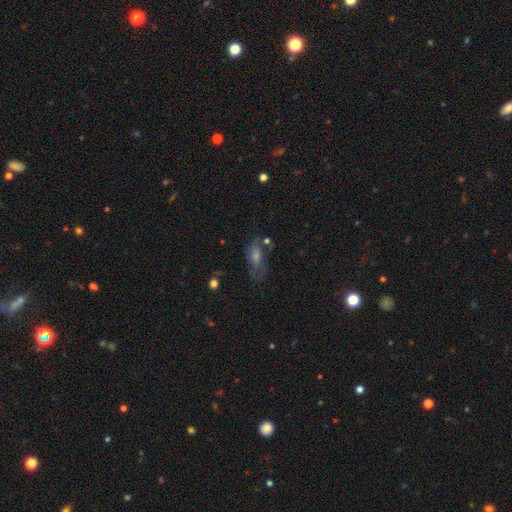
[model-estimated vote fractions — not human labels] The model was most divided on "smooth or featured": smooth: 41%, featured or disk: 36%, star or artifact: 23%. More confident: merging — none (52%).